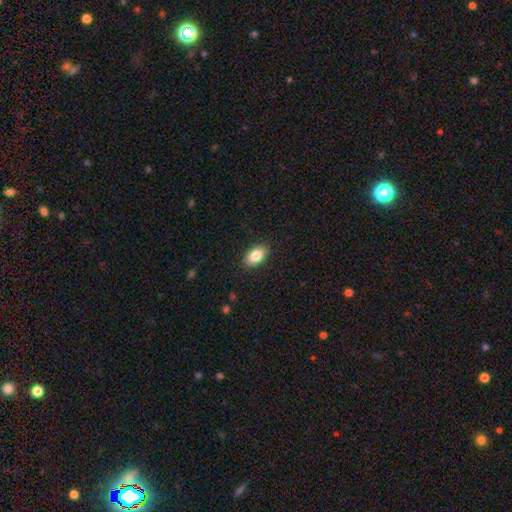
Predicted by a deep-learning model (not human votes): A smooth galaxy with no disk features (83%) that is in between round and cigar-shaped (92%). Merging: none (88%).